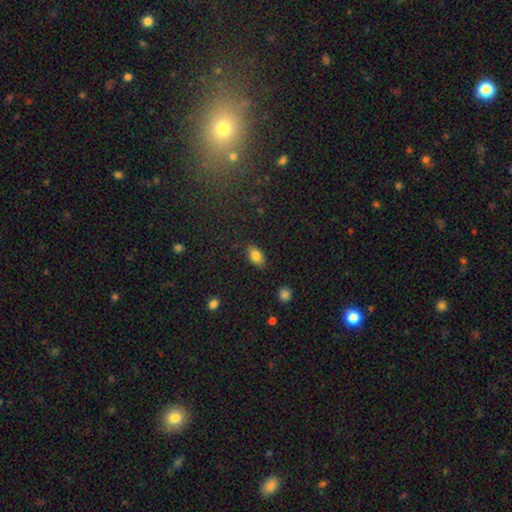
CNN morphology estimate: Overall: smooth (83%). How rounded: in between (90%). Merging: none (84%).